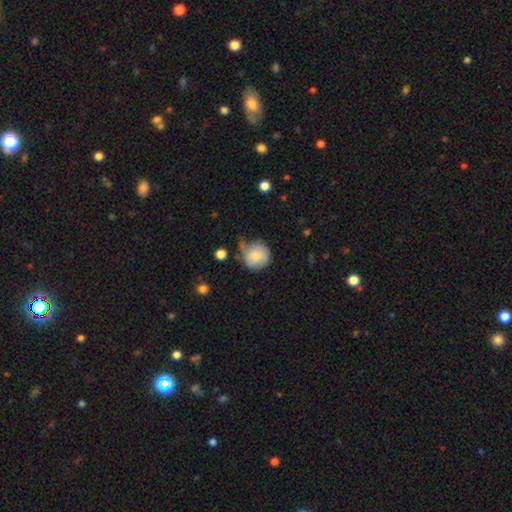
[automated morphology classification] Overall: smooth (81%). How rounded: round (92%). Merging: none (58%; minor disturbance 26%).